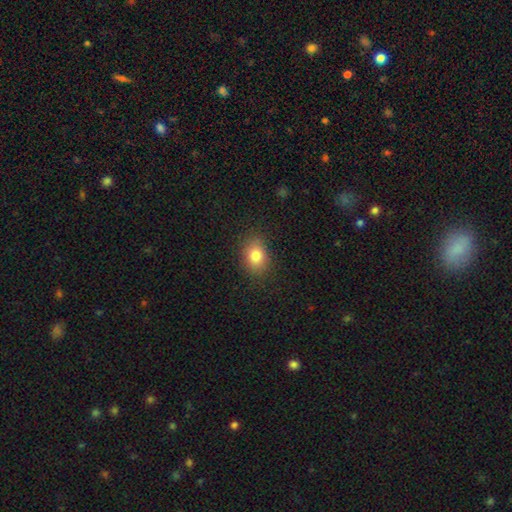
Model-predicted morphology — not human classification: This is clearly a smooth galaxy (82%). How rounded: likely in between (67%). Merging: clearly none (85%).